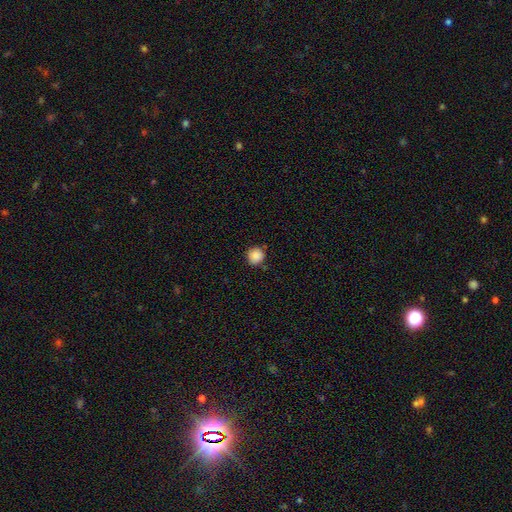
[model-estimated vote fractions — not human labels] A smooth galaxy with no disk features (87%) that is round (93%).

Vote fractions:
- Smooth or featured? smooth: 87% / star or artifact: 9% / featured or disk: 4%
- How rounded? round: 93% / in between: 6% / cigar-shaped: 1%
- Merging? none: 86% / minor disturbance: 10% / merger: 2% / major disturbance: 2%